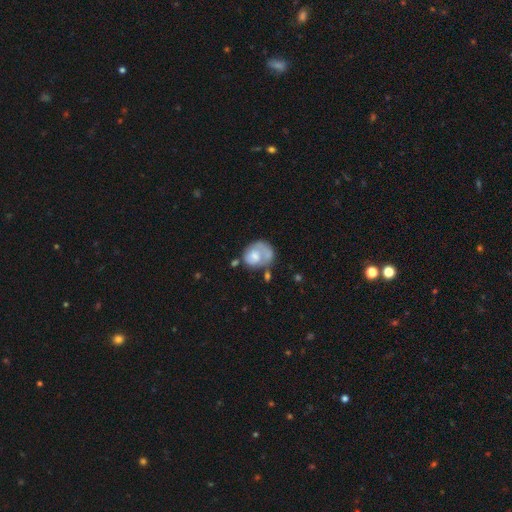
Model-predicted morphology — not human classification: A smooth galaxy with no disk features (53%) that is round (53%).

Vote fractions:
- Smooth or featured? smooth: 53% / featured or disk: 41% / star or artifact: 7%
- How rounded? round: 53% / in between: 46% / cigar-shaped: 1%
- Merging? none: 35% / major disturbance: 25% / minor disturbance: 24% / merger: 16%